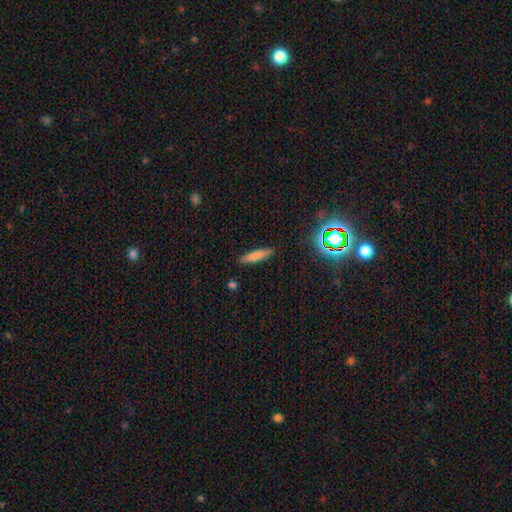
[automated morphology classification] A smooth galaxy with no disk features (77%) that is cigar-shaped (84%). Merging: none (89%).